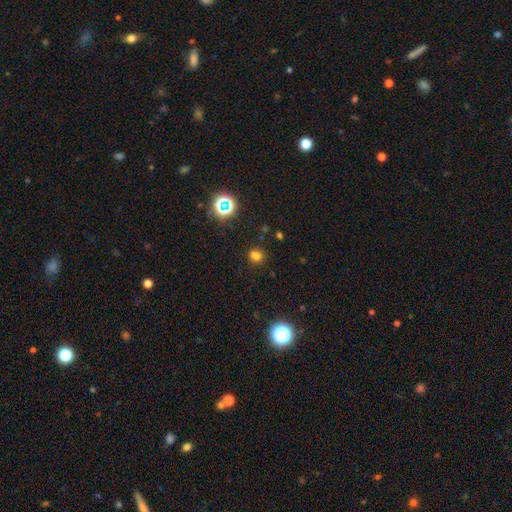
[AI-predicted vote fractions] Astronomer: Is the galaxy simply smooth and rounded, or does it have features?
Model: smooth — 69%.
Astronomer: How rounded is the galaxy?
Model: round — 64%.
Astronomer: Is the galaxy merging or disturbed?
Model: none — 76%.